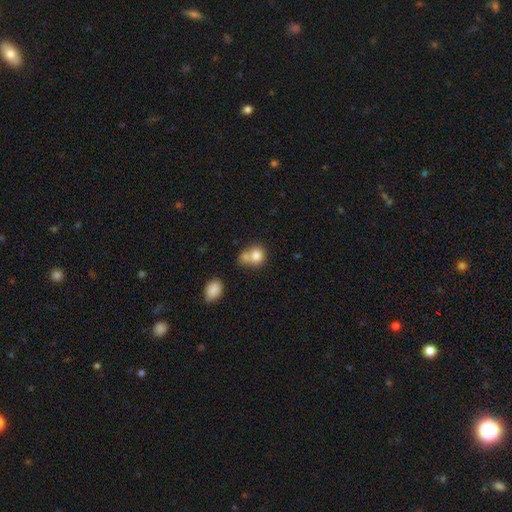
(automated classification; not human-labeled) A smooth galaxy with no disk features (78%) that is round (67%). Merging: merger (46%).